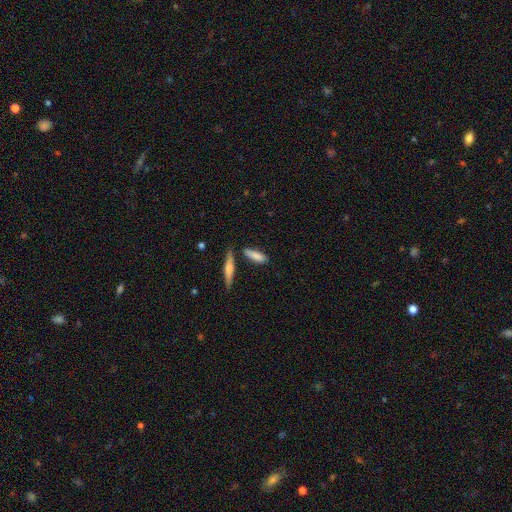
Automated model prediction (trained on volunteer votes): Morphology: type=smooth (77%); roundness=cigar-shaped (55%); merging=none (73%).